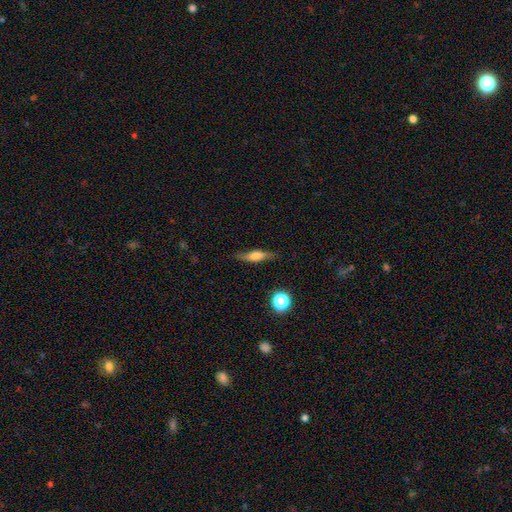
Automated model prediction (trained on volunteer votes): smooth_or_featured: smooth (p=0.56) [alt: featured or disk p=0.35]
how_rounded: cigar-shaped (p=0.63) [alt: in between p=0.33]
merging: none (p=0.81) [alt: minor disturbance p=0.14]